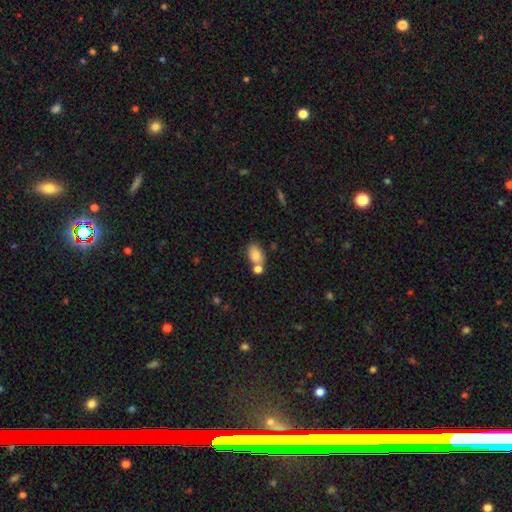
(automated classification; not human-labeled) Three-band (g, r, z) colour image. It shows a smooth galaxy with no disk features (81%) that is in between round and cigar-shaped (83%). Merging: none (50%).